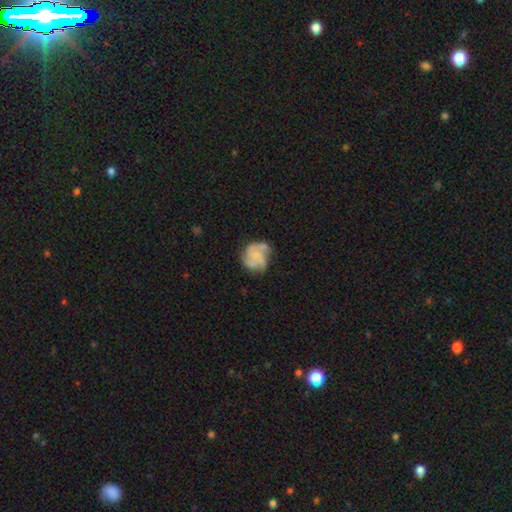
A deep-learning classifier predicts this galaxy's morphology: Overall: featured or disk (69%). Edge-on disk: no (98%). Bar: no (76%). Spiral arms: yes (91%). Spiral arm count: 3 (56%). Spiral winding: medium (46%; tight 36%). Bulge size: none (51%; small 32%). Merging: none (61%; minor disturbance 23%).